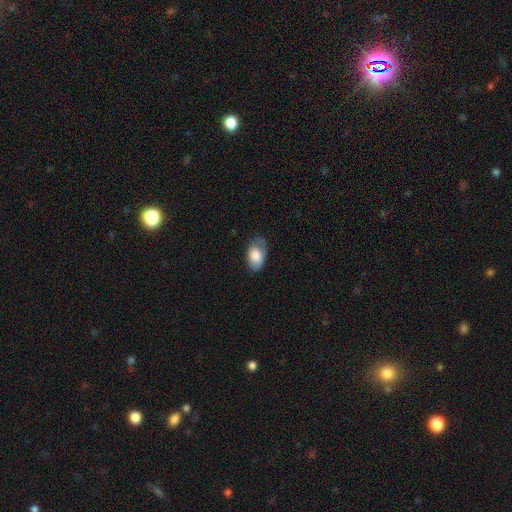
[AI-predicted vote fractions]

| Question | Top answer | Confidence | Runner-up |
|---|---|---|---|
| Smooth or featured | smooth | 78% | featured or disk (15%) |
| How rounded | in between | 93% | round (6%) |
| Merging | none | 56% | minor disturbance (32%) |